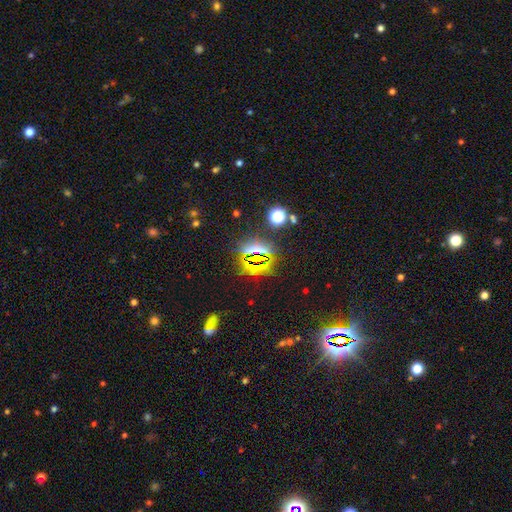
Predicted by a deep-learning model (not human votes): Morphology: type=star or artifact (72%).